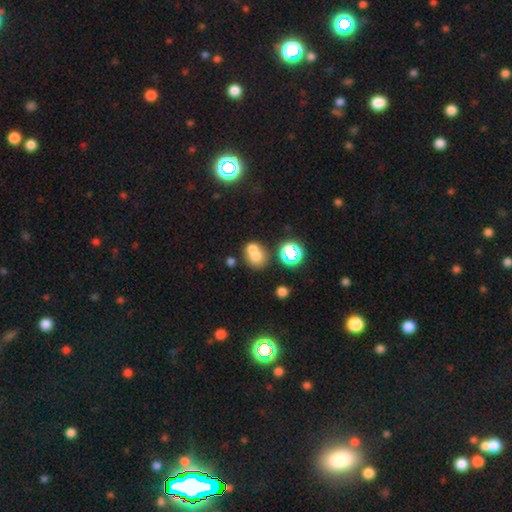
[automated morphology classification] Overall: smooth (66%). How rounded: round (71%). Merging: merger (54%; none 35%).